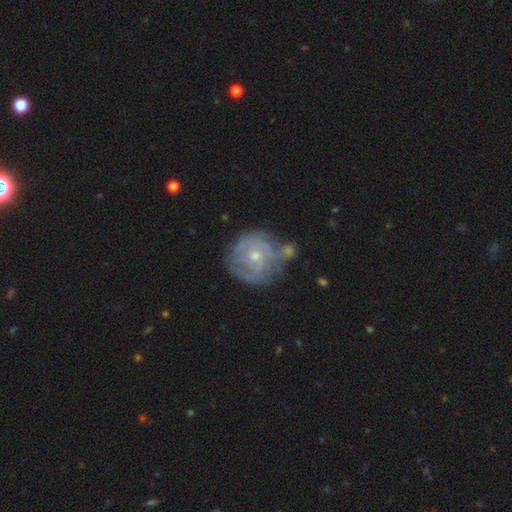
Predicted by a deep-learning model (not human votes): Smooth or featured?
  - featured or disk: 66% *
  - smooth: 27%
  - star or artifact: 7%
Edge-on disk?
  - no: 97% *
  - yes: 3%
Bar?
  - no: 76% *
  - weak: 20%
  - strong: 3%
Spiral arms?
  - yes: 72% *
  - no: 28%
Bulge size?
  - small: 55% *
  - moderate: 41%
  - none: 2%
  - large: 1%
  - dominant: 1%
Merging?
  - none: 55% *
  - minor disturbance: 22%
  - merger: 14%
  - major disturbance: 9%